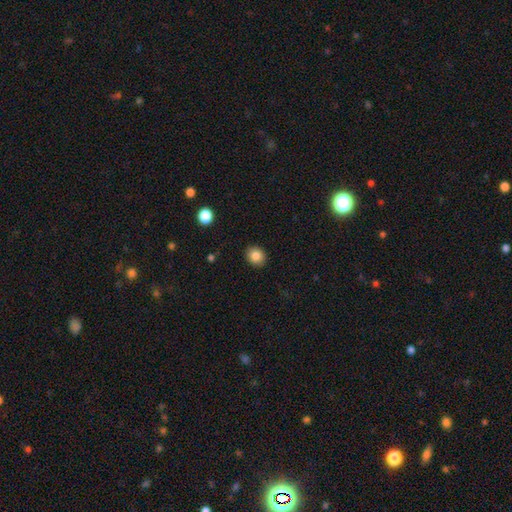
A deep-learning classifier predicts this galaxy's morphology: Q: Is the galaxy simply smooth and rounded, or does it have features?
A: smooth — 85%.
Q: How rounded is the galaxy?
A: round — 70%.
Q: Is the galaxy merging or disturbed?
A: none — 90%.